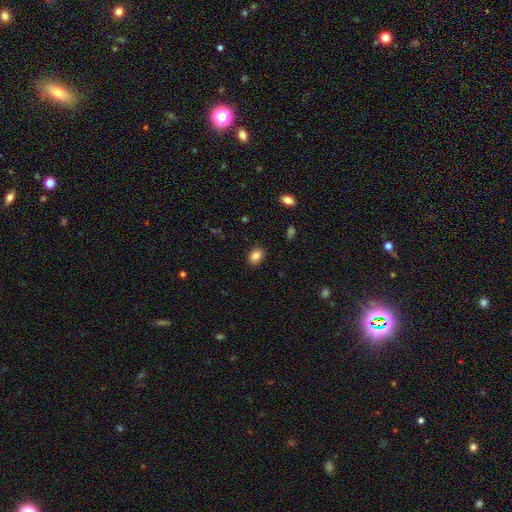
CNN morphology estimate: This is clearly a smooth galaxy (86%). How rounded: likely in between (75%). Merging: clearly none (88%).